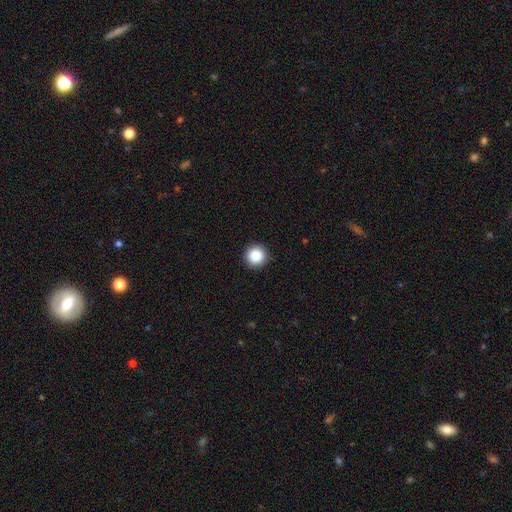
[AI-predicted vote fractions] A smooth galaxy with no disk features (87%) that is round (96%). Merging: none (92%).